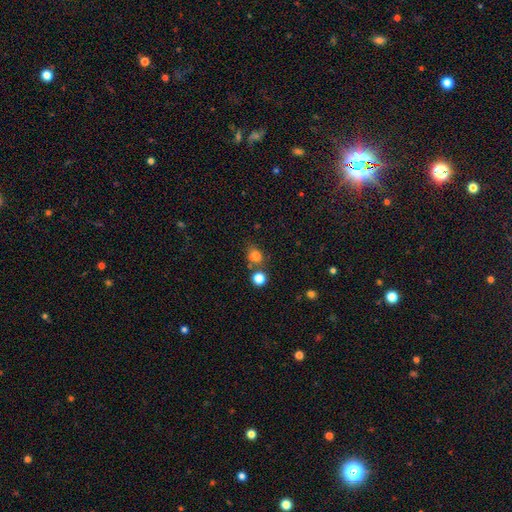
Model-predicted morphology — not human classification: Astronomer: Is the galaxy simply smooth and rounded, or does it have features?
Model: smooth — 77%.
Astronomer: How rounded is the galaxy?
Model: round — 61% (runner-up: in between, 38%).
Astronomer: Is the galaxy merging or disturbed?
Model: none — 62%.